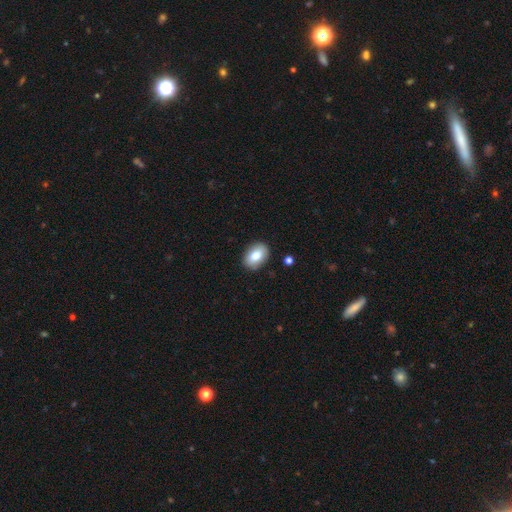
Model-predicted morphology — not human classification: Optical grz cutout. It shows a smooth galaxy with no disk features (80%) that is in between round and cigar-shaped (82%). Merging: none (88%).